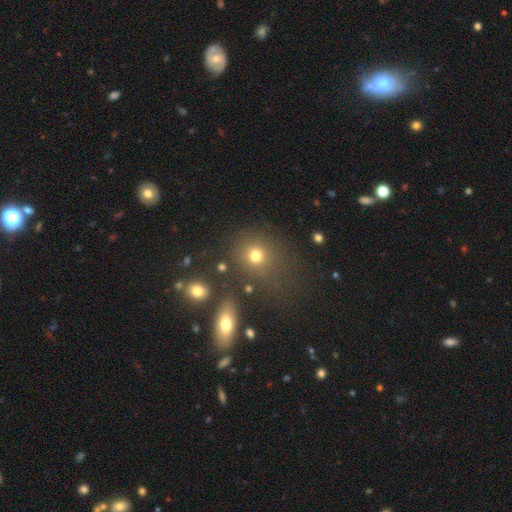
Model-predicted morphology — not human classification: Smooth or featured? Predicted: smooth (p=0.72). How rounded? Predicted: round (p=0.83). Merging? Predicted: none (p=0.73).